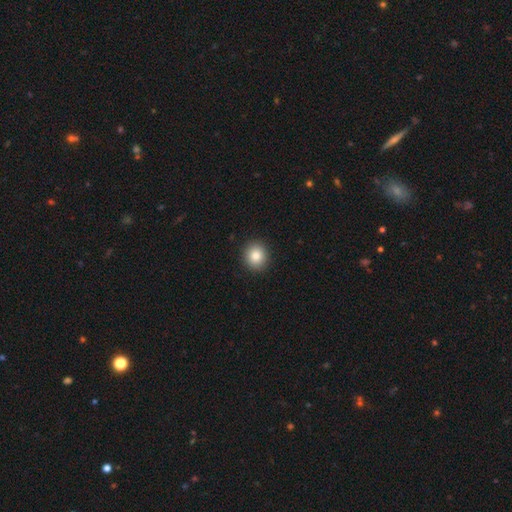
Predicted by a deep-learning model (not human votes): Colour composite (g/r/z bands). It shows a smooth galaxy with no disk features (84%) that is round (85%). Merging: none (92%).